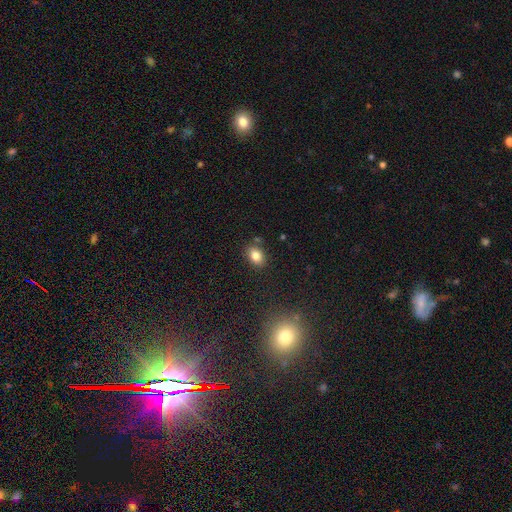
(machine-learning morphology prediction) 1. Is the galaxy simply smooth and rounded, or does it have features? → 82% smooth, 10% star or artifact, 8% featured or disk.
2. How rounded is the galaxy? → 76% in between, 23% round, 1% cigar-shaped.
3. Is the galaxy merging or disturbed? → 81% none, 11% minor disturbance, 5% merger, 3% major disturbance.